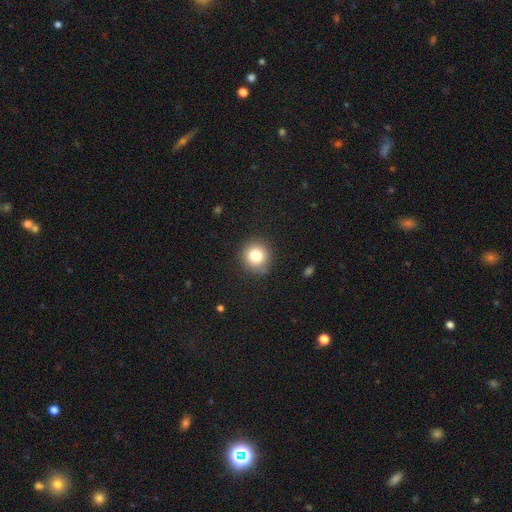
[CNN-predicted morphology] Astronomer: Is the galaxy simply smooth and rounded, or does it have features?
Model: smooth — 81%.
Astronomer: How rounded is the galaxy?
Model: round — 91%.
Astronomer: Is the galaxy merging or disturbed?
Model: none — 87%.